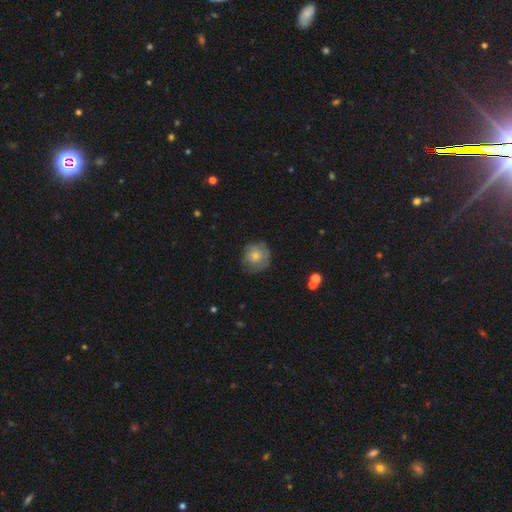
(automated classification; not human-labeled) A smooth galaxy with no disk features (69%) that is round (91%). Merging: none (76%).